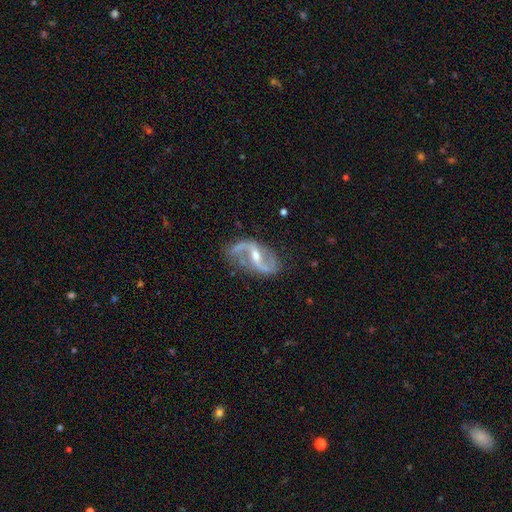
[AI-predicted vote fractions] Morphology: type=featured or disk (92%); edge-on=no (97%); bar=strong (42%); spiral arms=yes (97%); winding=loose (62%); arm count=2 (94%); bulge=moderate (49%); merging=none (77%).